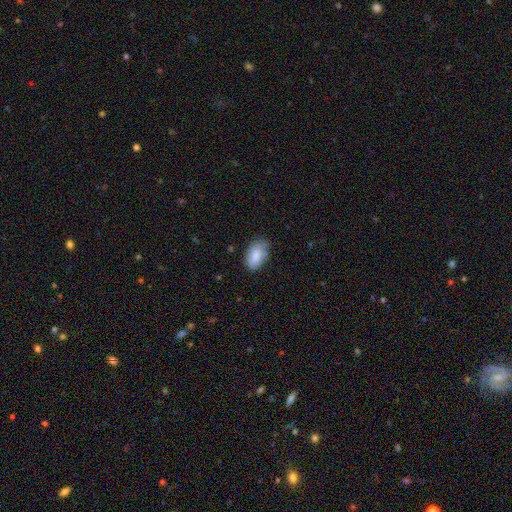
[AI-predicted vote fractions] Smooth or featured? Predicted: smooth (p=0.85). How rounded? Predicted: in between (p=0.94). Merging? Predicted: none (p=0.69).